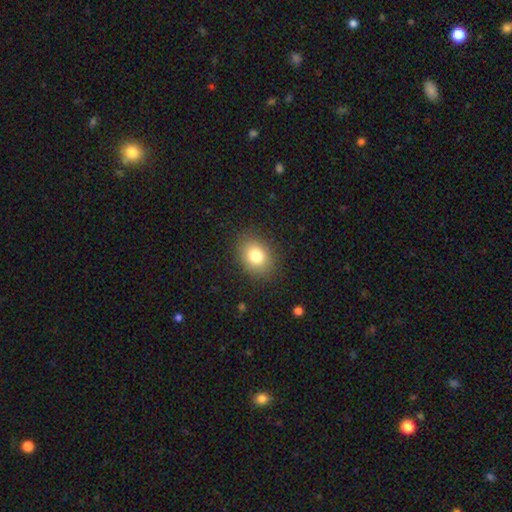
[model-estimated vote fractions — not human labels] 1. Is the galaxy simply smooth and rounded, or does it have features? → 80% smooth, 10% star or artifact, 9% featured or disk.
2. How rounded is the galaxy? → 57% in between, 42% round, 1% cigar-shaped.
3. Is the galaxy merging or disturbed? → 86% none, 9% minor disturbance, 3% major disturbance, 1% merger.